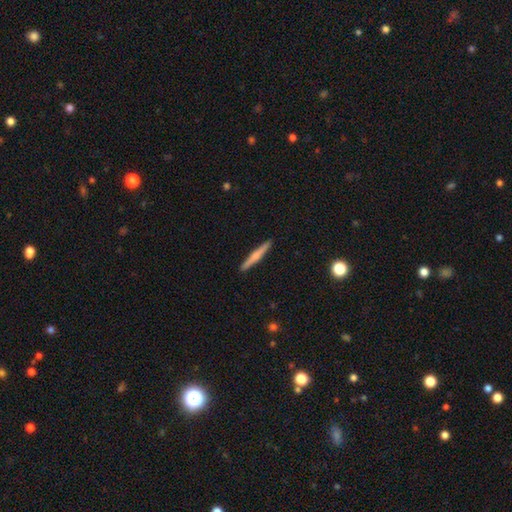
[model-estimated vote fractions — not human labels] This is possibly a smooth galaxy (48%). Merging: clearly none (92%).